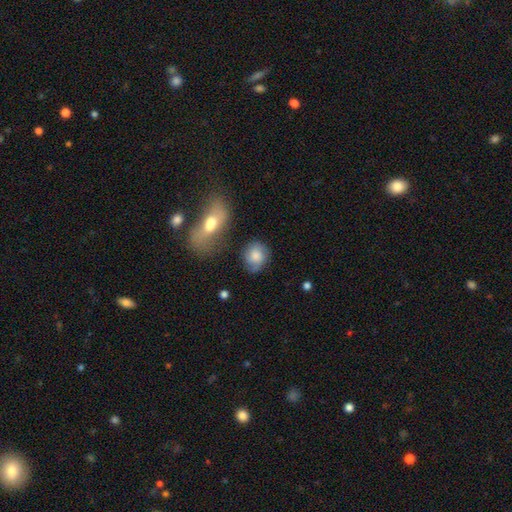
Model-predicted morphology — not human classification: Overall: smooth (70%). How rounded: round (58%; in between 40%). Merging: none (61%; minor disturbance 24%).